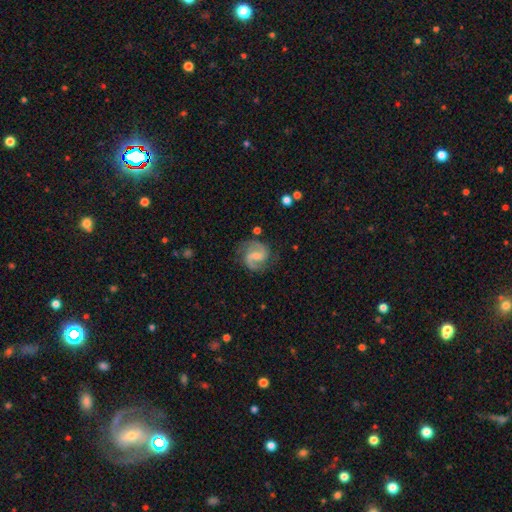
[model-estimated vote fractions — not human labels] Smooth or featured? featured or disk (87%)
Edge-on disk? no (98%)
Bar? weak (54%)
Spiral arms? yes (97%)
Spiral winding? medium (57%)
Spiral arm count? 2 (92%)
Bulge size? small (40%)
Merging? none (76%)